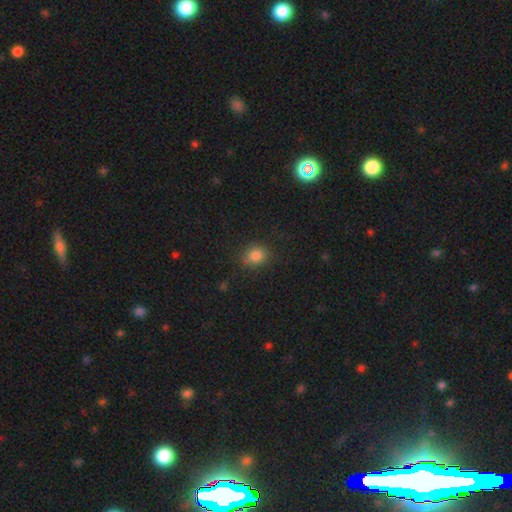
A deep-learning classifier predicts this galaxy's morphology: This is clearly a smooth galaxy (81%). How rounded: possibly round (54%). Merging: clearly none (81%).